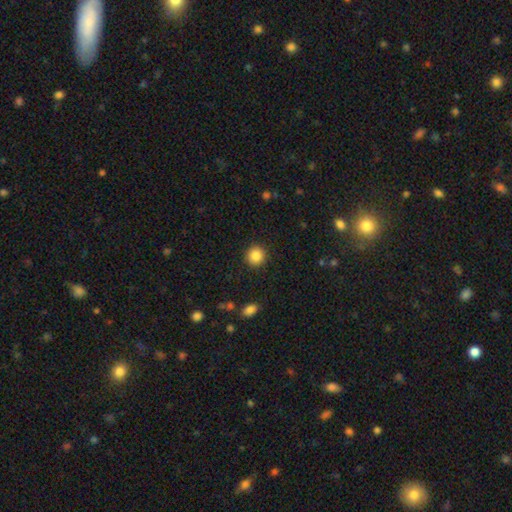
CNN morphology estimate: Smooth or featured? Predicted: smooth (p=0.86). How rounded? Predicted: round (p=0.92). Merging? Predicted: none (p=0.90).